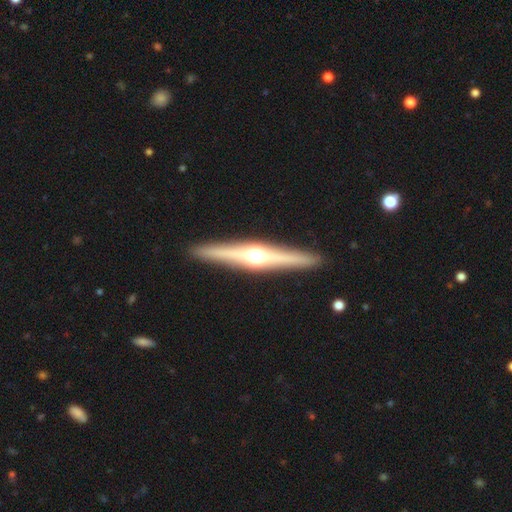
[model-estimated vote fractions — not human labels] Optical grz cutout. It shows a featured or disk galaxy (73%) viewed edge-on (96%) with a rounded central bulge (95%). Merging: none (91%).